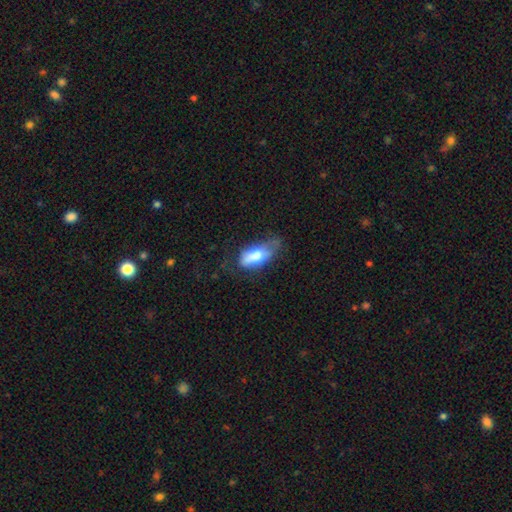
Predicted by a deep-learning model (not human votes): smooth 69%, featured or disk 23%, star or artifact 8%. Down the decision tree: how rounded — in between (84%); merging — minor disturbance (35%).